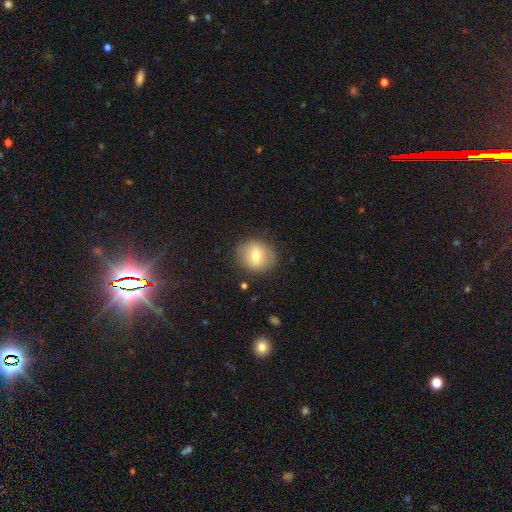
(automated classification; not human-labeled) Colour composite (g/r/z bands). It shows a smooth galaxy with no disk features (69%) that is round (76%). Merging: none (85%).